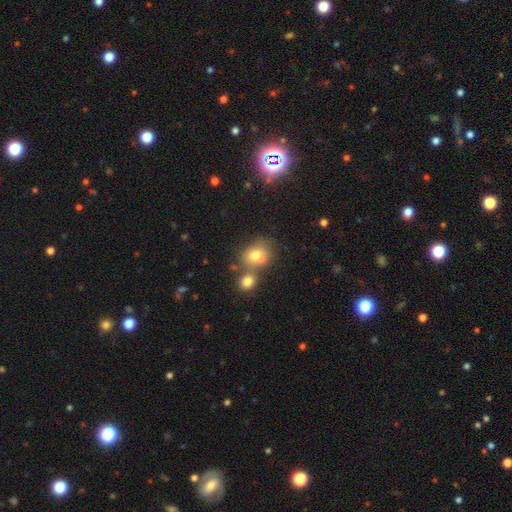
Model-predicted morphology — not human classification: This appears to be a smooth galaxy with no disk features (74%) that is round (59%). Merging: none (44%).